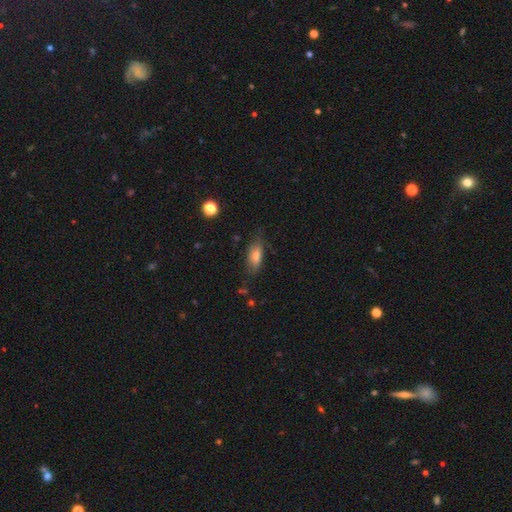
Q: Smooth or featured?
A: smooth (66%); runner-up: featured or disk (24%)
Q: How rounded?
A: in between (56%); runner-up: cigar-shaped (32%)
Q: Merging?
A: none (76%); runner-up: minor disturbance (21%)